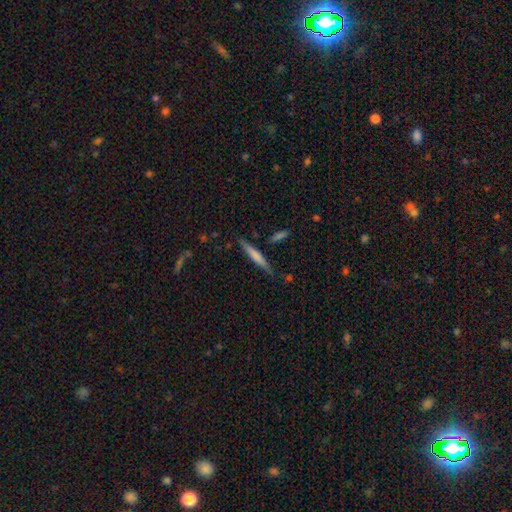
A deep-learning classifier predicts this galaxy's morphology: Smooth or featured? Predicted: smooth (p=0.60). How rounded? Predicted: cigar-shaped (p=0.92). Merging? Predicted: none (p=0.80).